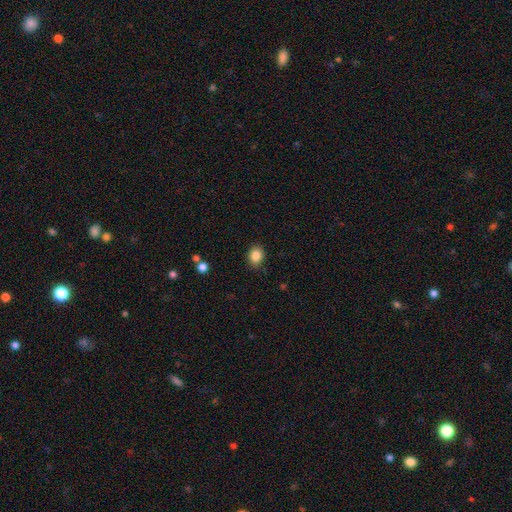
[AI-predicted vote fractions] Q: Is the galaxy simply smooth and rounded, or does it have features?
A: smooth — 85%.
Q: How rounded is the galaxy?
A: round — 53%.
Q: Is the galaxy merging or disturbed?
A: none — 87%.